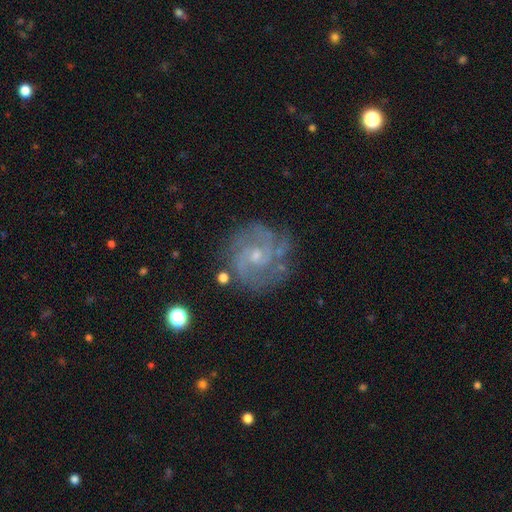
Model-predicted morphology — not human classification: The model was most divided on "spiral winding": tight: 50%, medium: 40%, loose: 9%. Remaining: edge-on disk — no (98%); spiral arms — yes (96%); smooth or featured — featured or disk (85%); merging — none (76%); bulge size — small (69%); bar — no (61%); spiral arm count — 2 (36%).